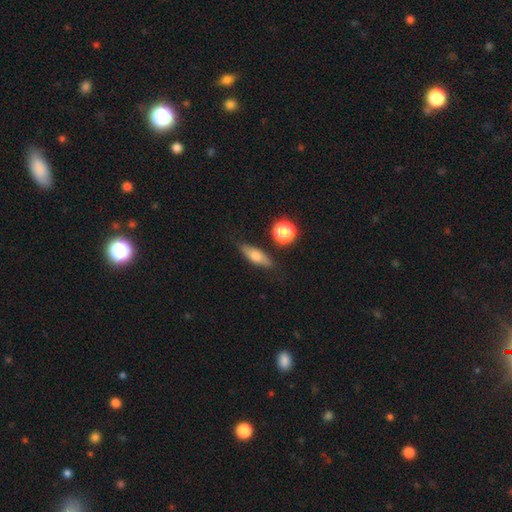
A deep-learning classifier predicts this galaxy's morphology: Q: Smooth or featured?
A: smooth (63%); runner-up: featured or disk (28%)
Q: How rounded?
A: in between (53%); runner-up: cigar-shaped (40%)
Q: Merging?
A: none (79%); runner-up: minor disturbance (14%)